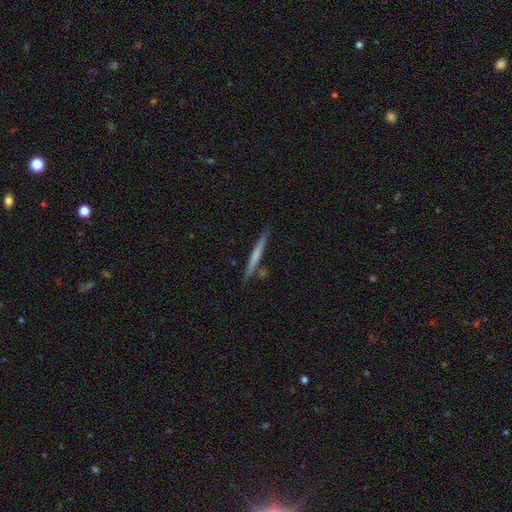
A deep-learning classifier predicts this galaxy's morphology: A smooth galaxy with no disk features (53%) that is cigar-shaped (96%). Merging: none (84%).